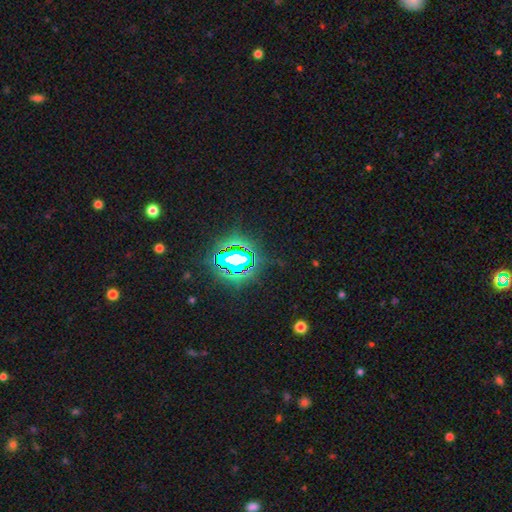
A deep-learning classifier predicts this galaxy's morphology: This appears to be a star or artifact, not a galaxy (85%).